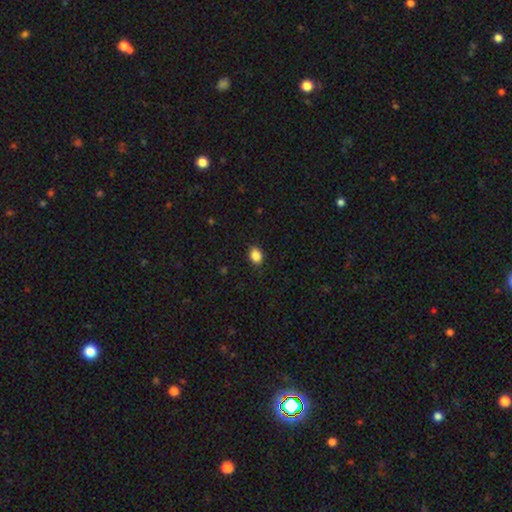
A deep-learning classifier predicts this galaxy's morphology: Smooth or featured? smooth (87%)
How rounded? in between (60%)
Merging? none (87%)